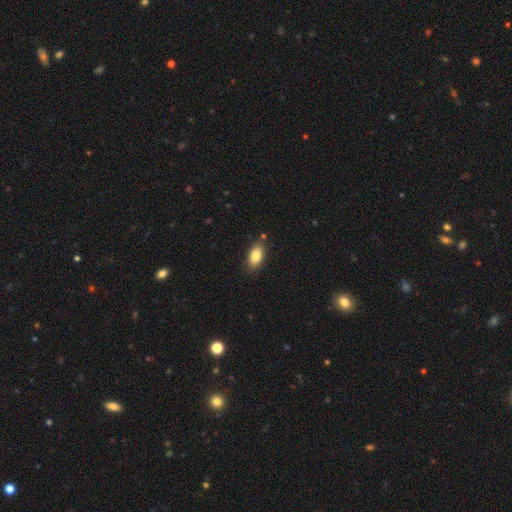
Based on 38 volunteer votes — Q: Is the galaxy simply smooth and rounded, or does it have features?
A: smooth — 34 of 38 (89%).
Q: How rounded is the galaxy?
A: in between — 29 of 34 (85%).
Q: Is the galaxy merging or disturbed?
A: none — 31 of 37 (84%).